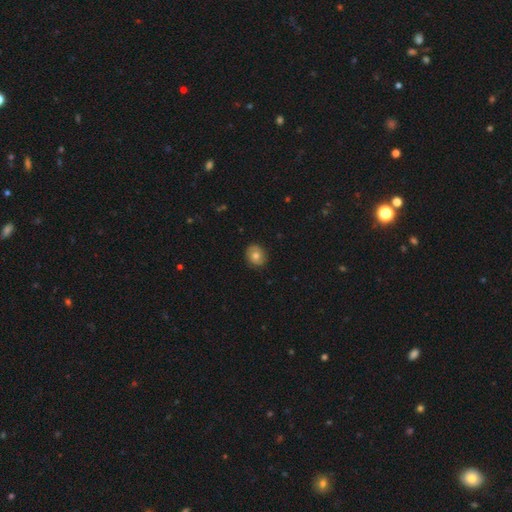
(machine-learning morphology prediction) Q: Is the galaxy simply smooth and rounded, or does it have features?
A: smooth — 66%.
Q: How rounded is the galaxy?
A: round — 68%.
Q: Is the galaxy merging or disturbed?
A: none — 86%.